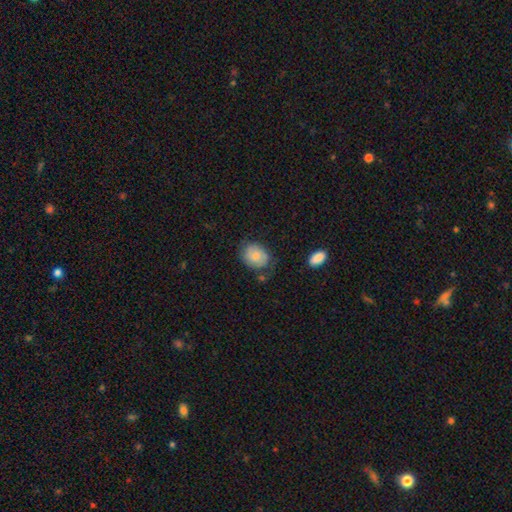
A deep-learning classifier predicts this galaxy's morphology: A smooth galaxy with no disk features (70%) that is in between round and cigar-shaped (50%).

Vote fractions:
- Smooth or featured? smooth: 70% / featured or disk: 23% / star or artifact: 8%
- How rounded? in between: 50% / round: 49% / cigar-shaped: 1%
- Merging? none: 60% / minor disturbance: 25% / major disturbance: 10% / merger: 4%